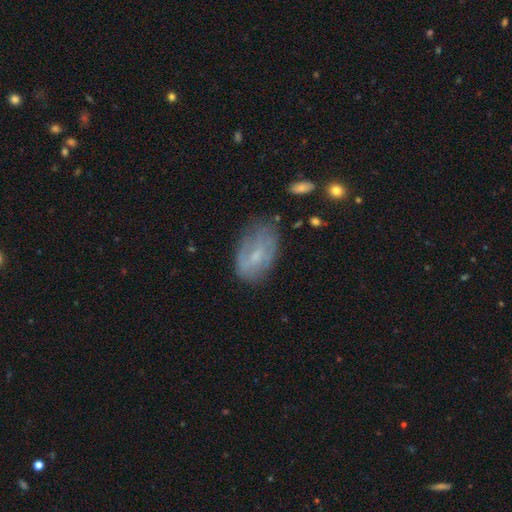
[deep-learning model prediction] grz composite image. It shows a featured or disk galaxy (49%). Merging: none (56%).